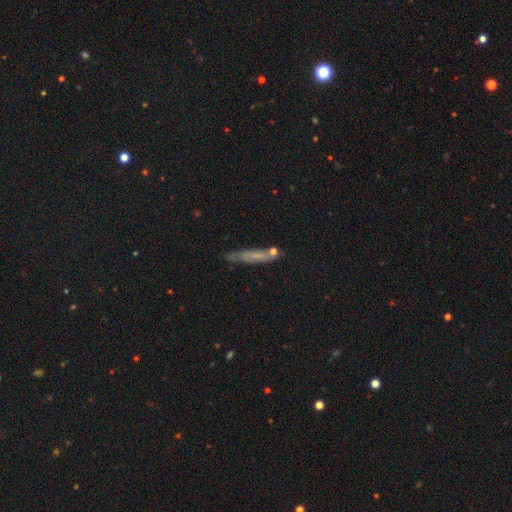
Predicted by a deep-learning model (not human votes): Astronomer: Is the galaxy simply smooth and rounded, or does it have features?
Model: smooth — 55% (runner-up: featured or disk, 34%).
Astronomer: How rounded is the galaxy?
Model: cigar-shaped — 89%.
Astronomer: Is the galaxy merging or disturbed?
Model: none — 65%.